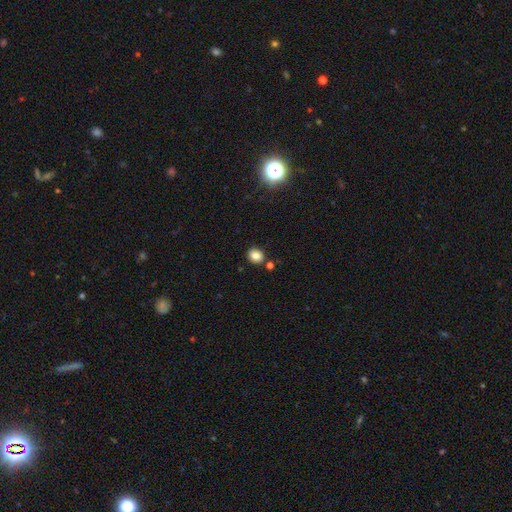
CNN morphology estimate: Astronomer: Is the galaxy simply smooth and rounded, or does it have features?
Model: smooth — 82%.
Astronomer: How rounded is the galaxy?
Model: round — 71%.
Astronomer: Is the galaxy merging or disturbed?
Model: none — 83%.